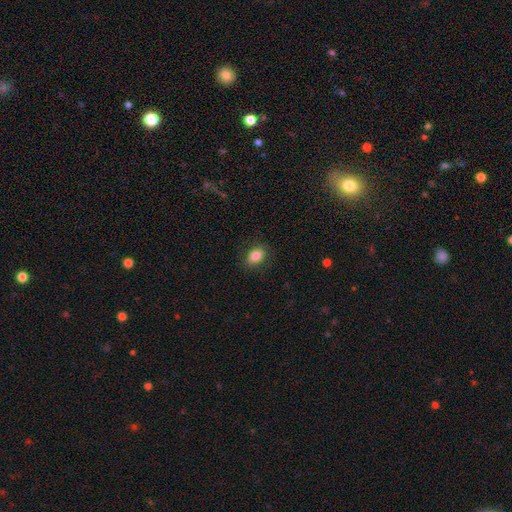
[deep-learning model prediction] Smooth or featured?
  - smooth: 83% *
  - star or artifact: 9%
  - featured or disk: 8%
How rounded?
  - in between: 75% *
  - round: 24%
  - cigar-shaped: 2%
Merging?
  - none: 85% *
  - minor disturbance: 11%
  - major disturbance: 3%
  - merger: 1%